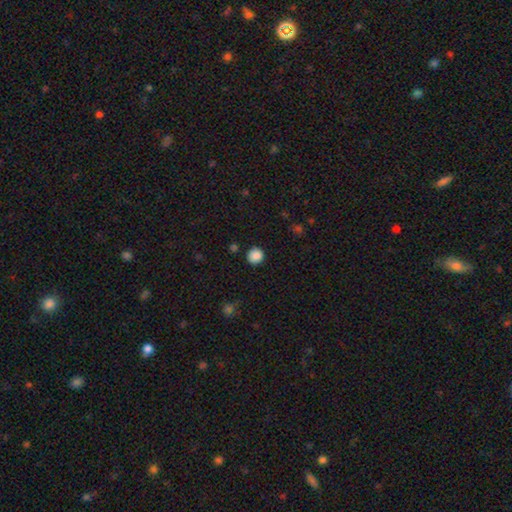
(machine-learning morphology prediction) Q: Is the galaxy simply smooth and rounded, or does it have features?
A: smooth — 88%.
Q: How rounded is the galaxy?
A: round — 91%.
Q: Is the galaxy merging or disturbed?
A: none — 88%.